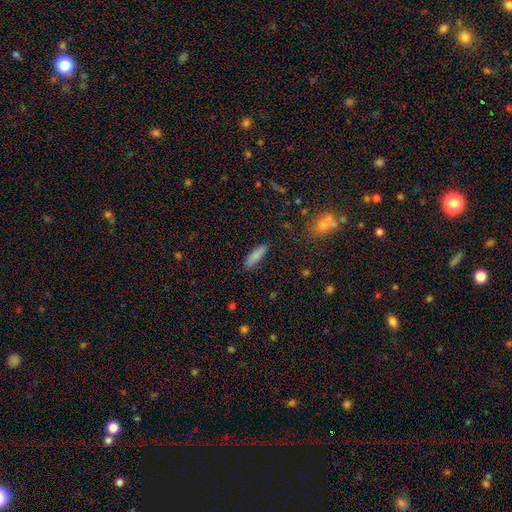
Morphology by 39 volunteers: Smooth or featured: smooth — 82% (featured or disk — 10%)
How rounded: cigar-shaped — 69% (in between — 31%)
Merging: none — 92% (minor disturbance — 3%)